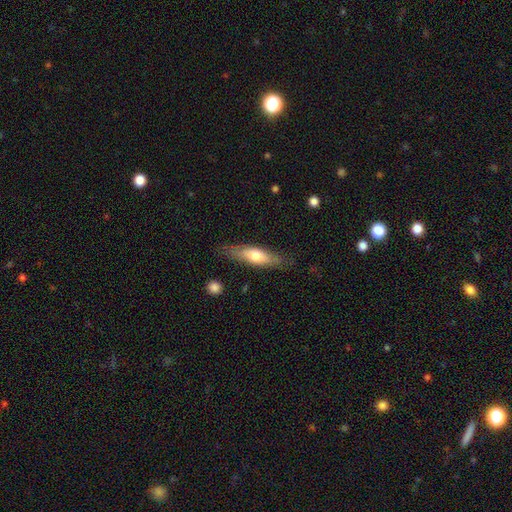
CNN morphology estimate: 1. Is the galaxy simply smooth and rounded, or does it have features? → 58% smooth, 36% featured or disk, 6% star or artifact.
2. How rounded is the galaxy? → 57% cigar-shaped, 40% in between, 2% round.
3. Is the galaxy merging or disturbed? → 79% none, 16% minor disturbance, 4% major disturbance, 2% merger.